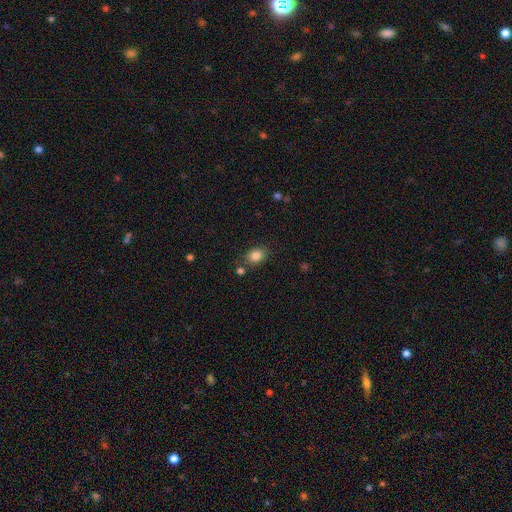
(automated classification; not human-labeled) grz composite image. It shows a smooth galaxy with no disk features (84%) that is in between round and cigar-shaped (56%). Merging: none (76%).